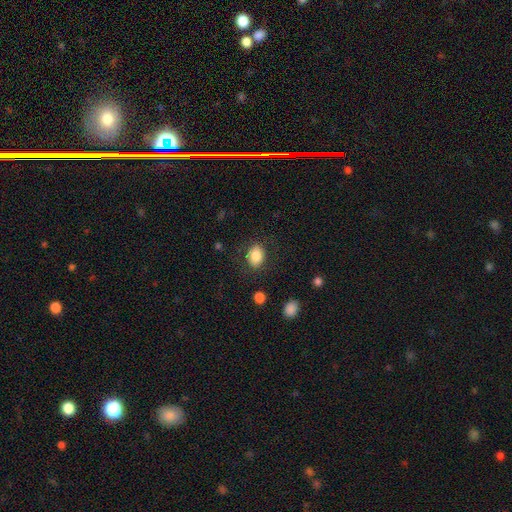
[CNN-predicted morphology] Q: Smooth or featured?
A: smooth (84%); runner-up: star or artifact (8%)
Q: How rounded?
A: in between (65%); runner-up: round (34%)
Q: Merging?
A: none (80%); runner-up: minor disturbance (12%)